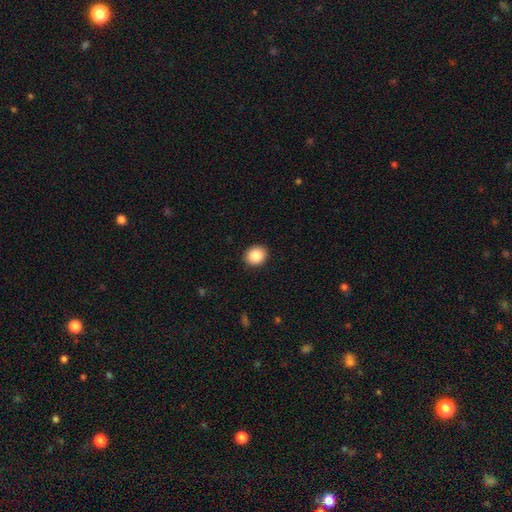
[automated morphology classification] smooth 86%, star or artifact 8%, featured or disk 5%. Down the decision tree: how rounded — round (68%); merging — none (92%).